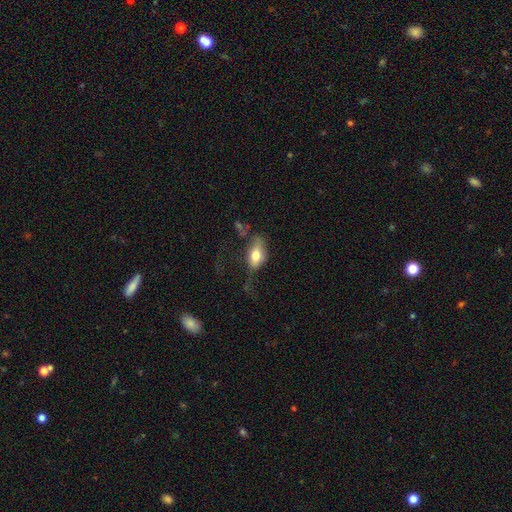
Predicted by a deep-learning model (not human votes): Smooth or featured?
  - smooth: 71% *
  - featured or disk: 22%
  - star or artifact: 8%
How rounded?
  - in between: 87% *
  - round: 7%
  - cigar-shaped: 6%
Merging?
  - none: 36% *
  - major disturbance: 33%
  - minor disturbance: 27%
  - merger: 5%